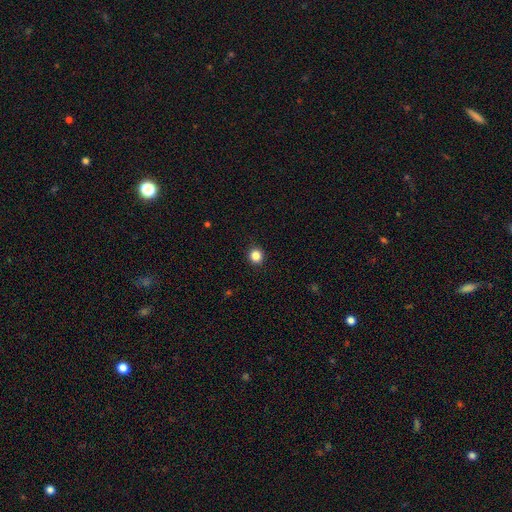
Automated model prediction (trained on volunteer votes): A smooth galaxy with no disk features (85%) that is round (92%). Merging: none (92%).